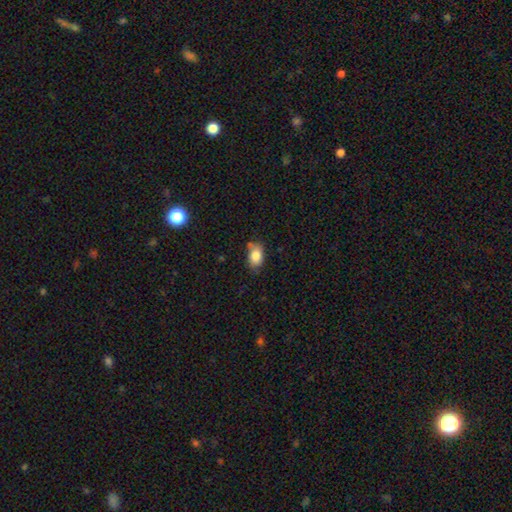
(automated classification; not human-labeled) Overall: smooth (84%). How rounded: in between (87%). Merging: none (68%).